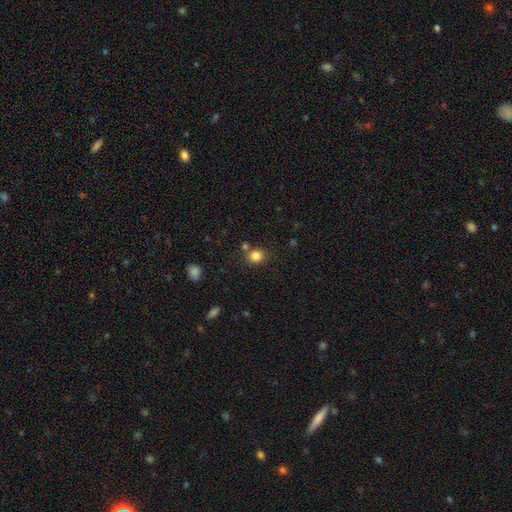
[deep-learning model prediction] Overall: smooth (83%). How rounded: round (82%). Merging: none (74%).